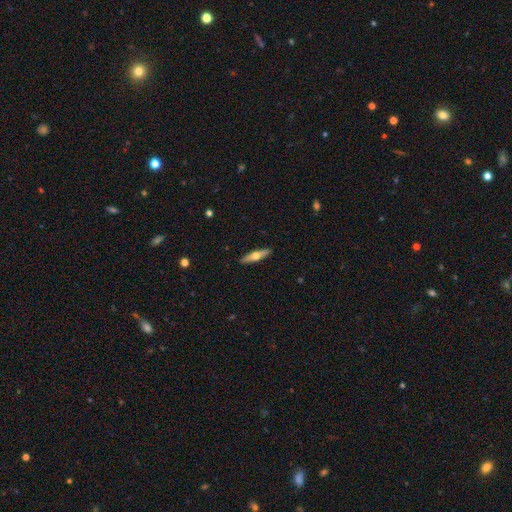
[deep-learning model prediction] Overall: featured or disk (52%; smooth 43%). Edge-on disk: yes (92%). Merging: none (91%).